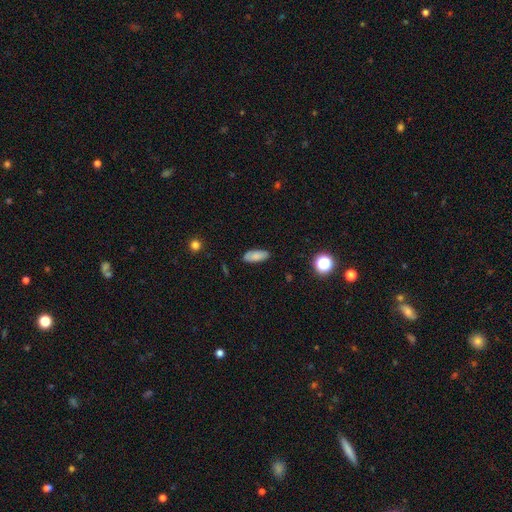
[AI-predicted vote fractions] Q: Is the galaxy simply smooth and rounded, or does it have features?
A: smooth — 82%.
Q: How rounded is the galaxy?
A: in between — 83%.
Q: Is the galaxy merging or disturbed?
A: none — 85%.